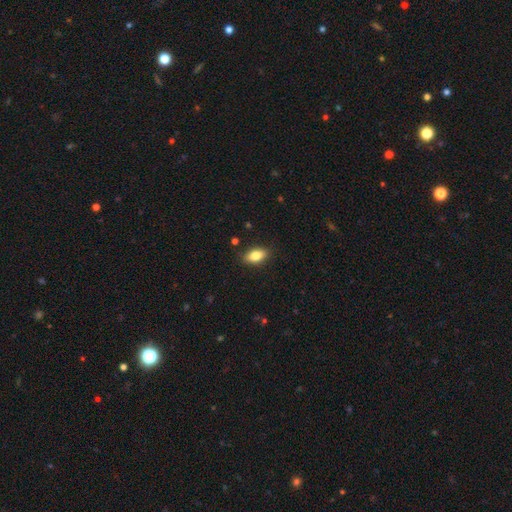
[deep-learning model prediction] Morphology: type=smooth (81%); roundness=in between (89%); merging=none (87%).